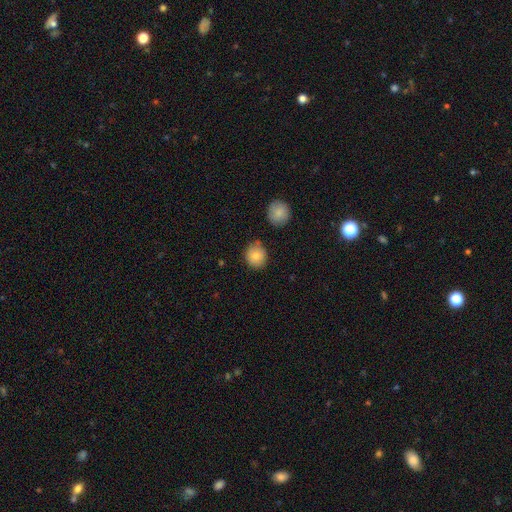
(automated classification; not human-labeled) A smooth galaxy with no disk features (83%) that is round (83%). Merging: none (78%).